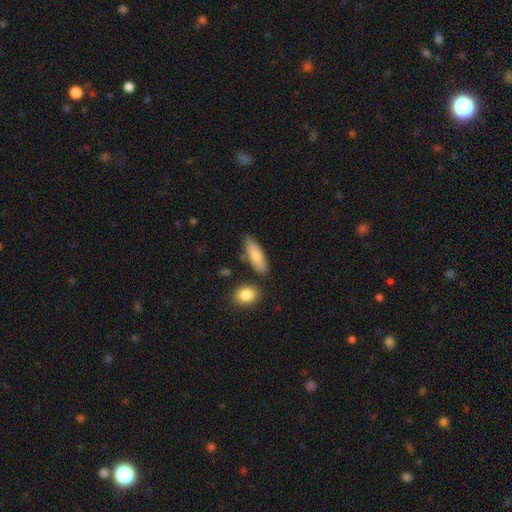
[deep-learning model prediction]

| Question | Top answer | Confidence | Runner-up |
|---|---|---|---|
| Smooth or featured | smooth | 79% | featured or disk (15%) |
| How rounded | in between | 62% | cigar-shaped (35%) |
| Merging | none | 76% | minor disturbance (14%) |